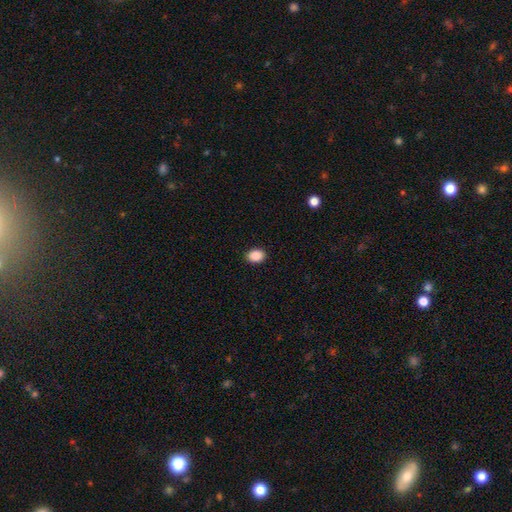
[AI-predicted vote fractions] Smooth or featured: smooth — 89% (star or artifact — 8%)
How rounded: in between — 66% (round — 34%)
Merging: none — 91% (minor disturbance — 6%)